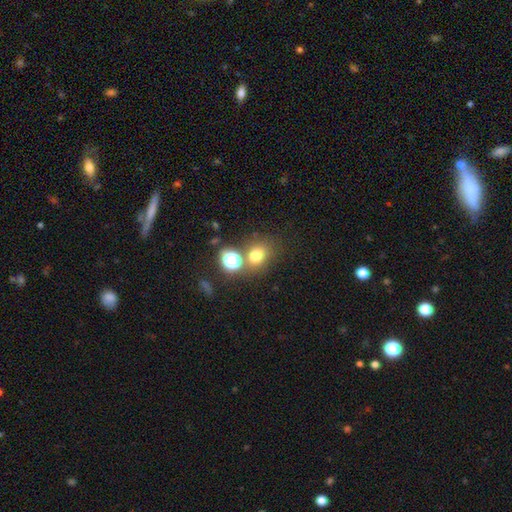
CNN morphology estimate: The model was most divided on "how rounded": round: 66%, in between: 33%, cigar-shaped: 1%. More confident: smooth or featured — smooth (70%); merging — none (64%).